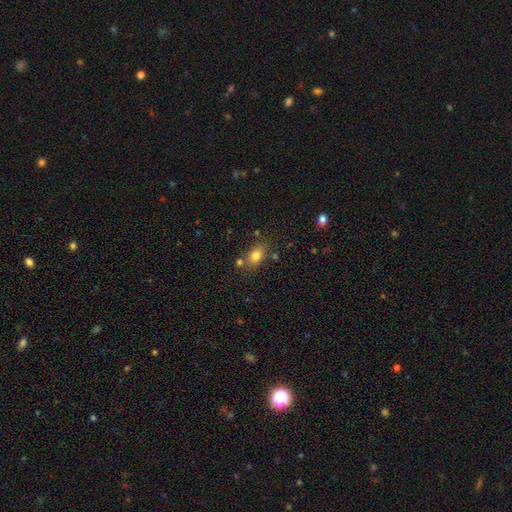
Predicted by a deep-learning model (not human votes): smooth 79%, star or artifact 11%, featured or disk 10%. Down the decision tree: how rounded — in between (77%); merging — none (70%).